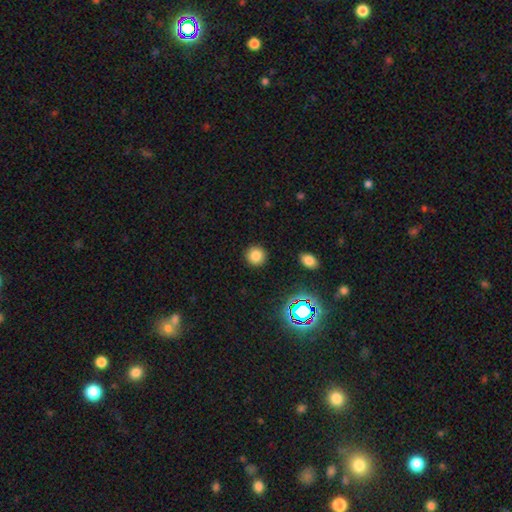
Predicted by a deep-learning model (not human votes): Overall: smooth (80%). How rounded: round (93%). Merging: none (91%).